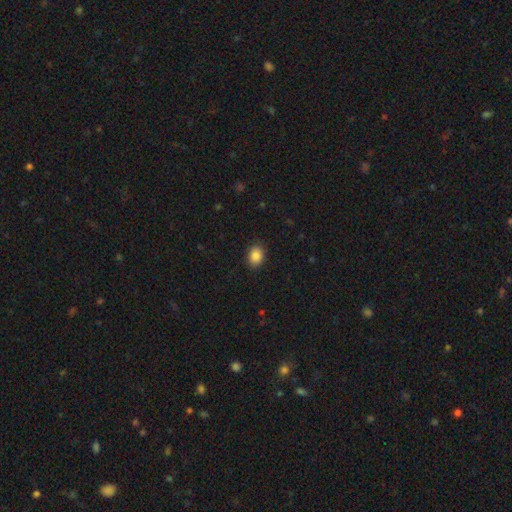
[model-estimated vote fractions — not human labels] Smooth or featured?
  - smooth: 87% *
  - star or artifact: 9%
  - featured or disk: 4%
How rounded?
  - in between: 63% *
  - round: 36%
  - cigar-shaped: 1%
Merging?
  - none: 89% *
  - minor disturbance: 8%
  - major disturbance: 2%
  - merger: 1%